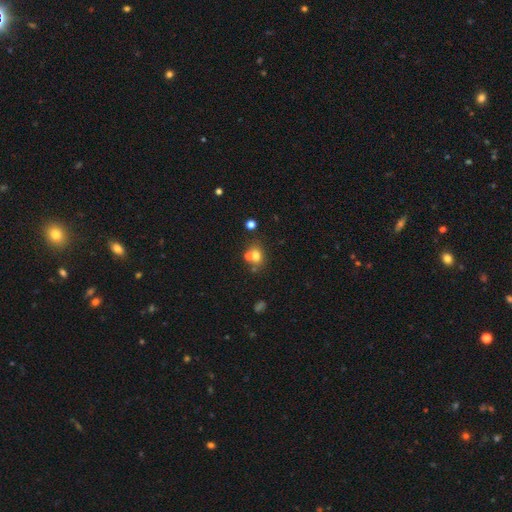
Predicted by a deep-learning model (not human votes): Smooth or featured? Predicted: smooth (p=0.66). How rounded? Predicted: round (p=0.53). Merging? Predicted: none (p=0.50).